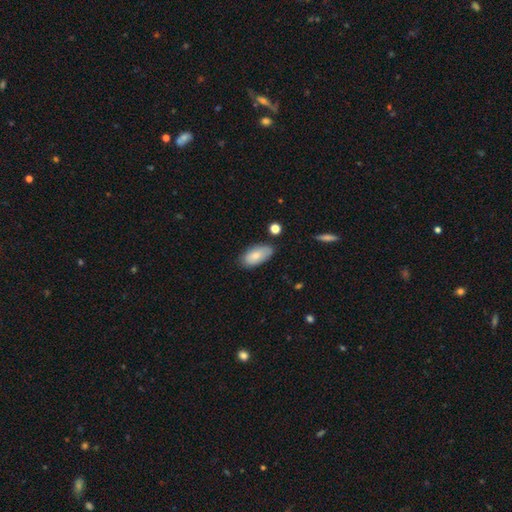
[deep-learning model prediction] Overall: smooth (78%). How rounded: in between (93%). Merging: none (73%).